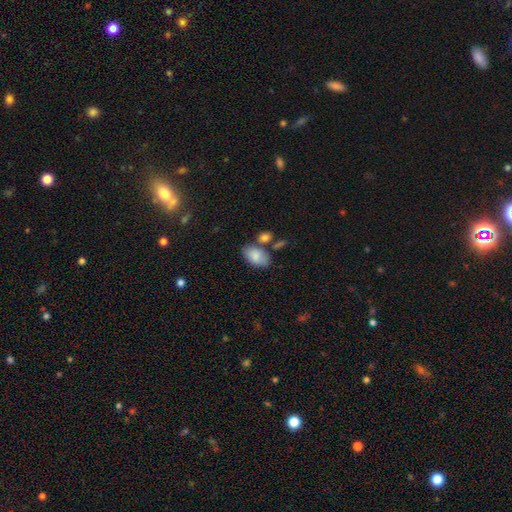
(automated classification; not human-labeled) smooth_or_featured: smooth (p=0.84) [alt: featured or disk p=0.09]
how_rounded: in between (p=0.93) [alt: round p=0.06]
merging: none (p=0.60) [alt: merger p=0.18]